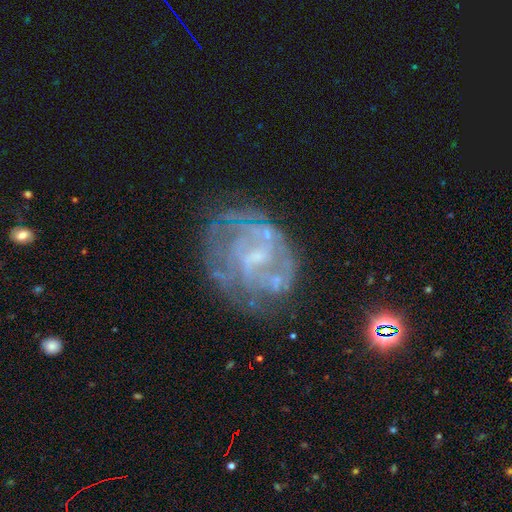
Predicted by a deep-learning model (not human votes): This appears to be a featured or disk galaxy (78%) with no bar (46%), tight (51%) spiral arms (67%) and a small central bulge (46%). Merging: none (57%).